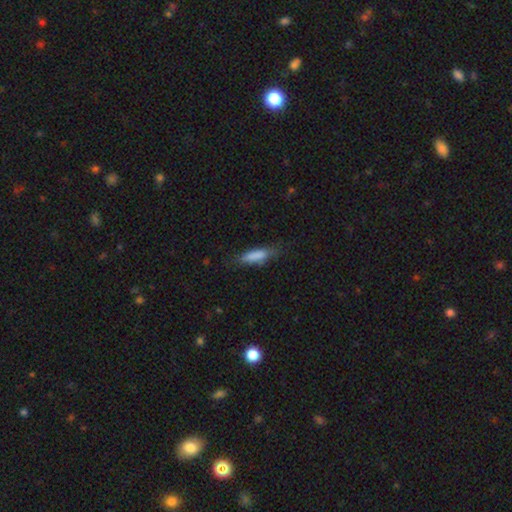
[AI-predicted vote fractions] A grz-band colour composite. It shows a smooth galaxy with no disk features (81%) that is cigar-shaped (61%). Merging: none (71%).